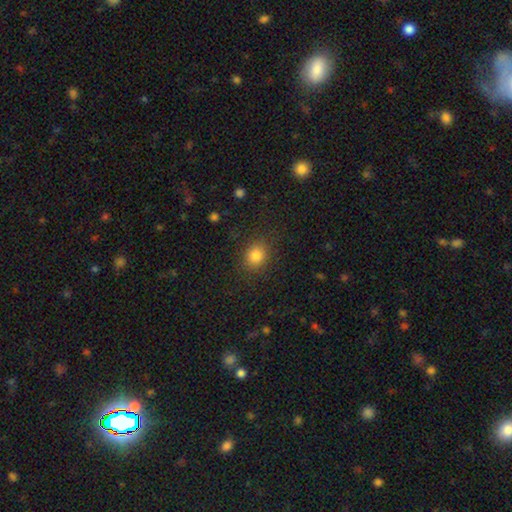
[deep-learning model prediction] A smooth galaxy with no disk features (83%) that is round (66%). Merging: none (85%).